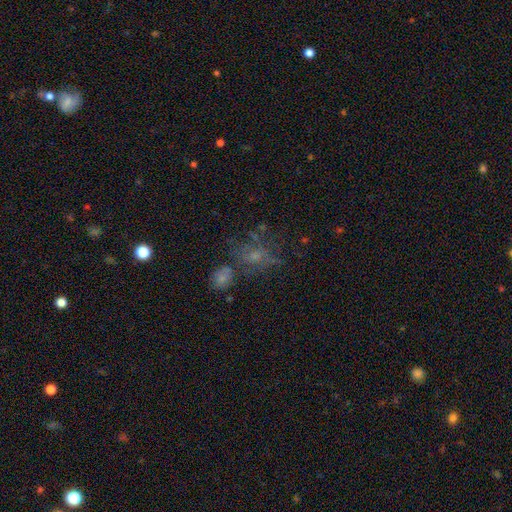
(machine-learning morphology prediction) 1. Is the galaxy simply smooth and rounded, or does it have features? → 39% smooth, 36% featured or disk, 25% star or artifact.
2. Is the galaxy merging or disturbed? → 45% none, 20% major disturbance, 18% minor disturbance, 17% merger.